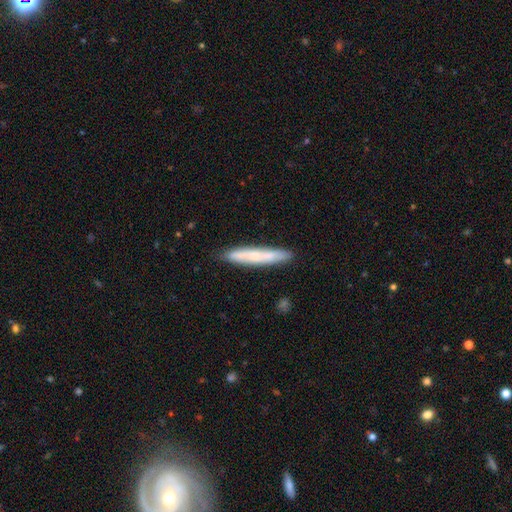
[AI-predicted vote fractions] Smooth or featured? smooth (62%)
How rounded? cigar-shaped (94%)
Merging? none (86%)